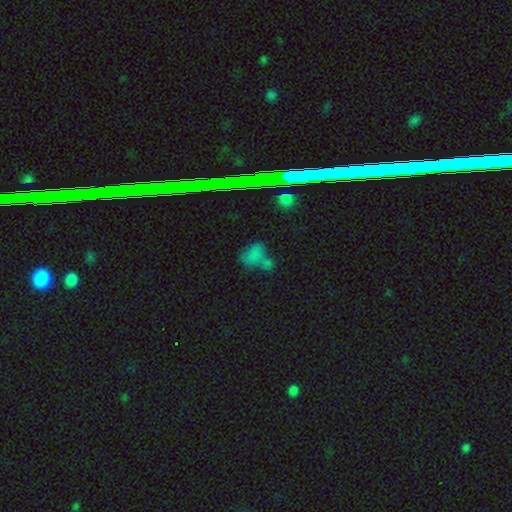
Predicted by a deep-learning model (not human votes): smooth_or_featured: smooth (p=0.57) [alt: star or artifact p=0.29]
how_rounded: in between (p=0.69) [alt: round p=0.25]
merging: none (p=0.36) [alt: merger p=0.33]